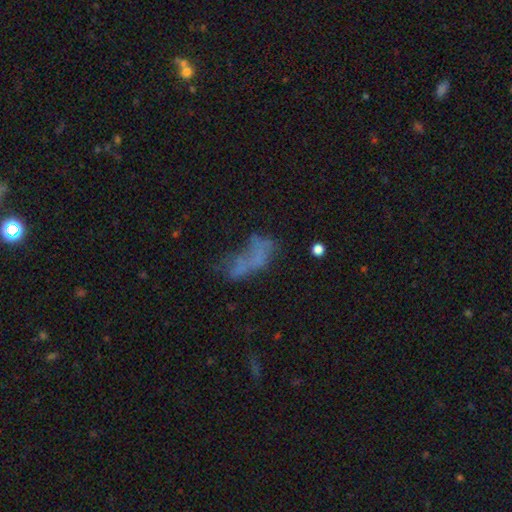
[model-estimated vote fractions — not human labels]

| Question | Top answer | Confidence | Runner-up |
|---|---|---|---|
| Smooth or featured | smooth | 41% | featured or disk (39%) |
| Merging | none | 32% | tied: major disturbance (32%) |